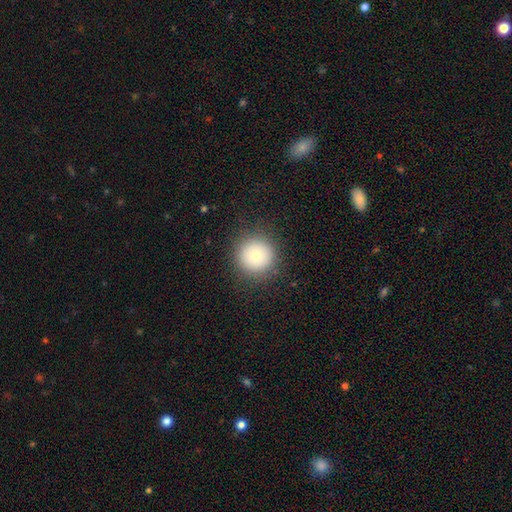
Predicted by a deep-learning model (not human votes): Overall: smooth (76%). How rounded: round (96%). Merging: none (88%).